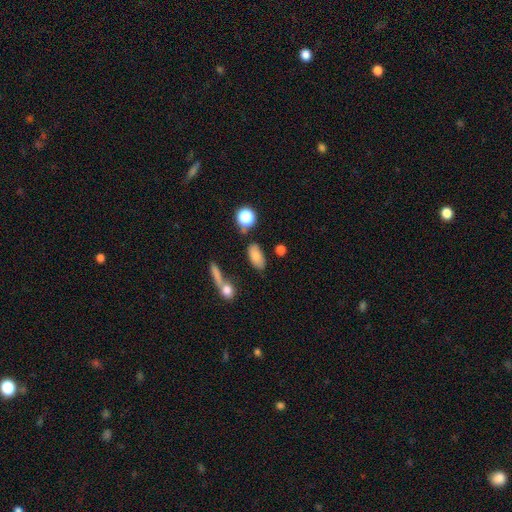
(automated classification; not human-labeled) Smooth or featured? Predicted: smooth (p=0.81). How rounded? Predicted: in between (p=0.88). Merging? Predicted: none (p=0.70).